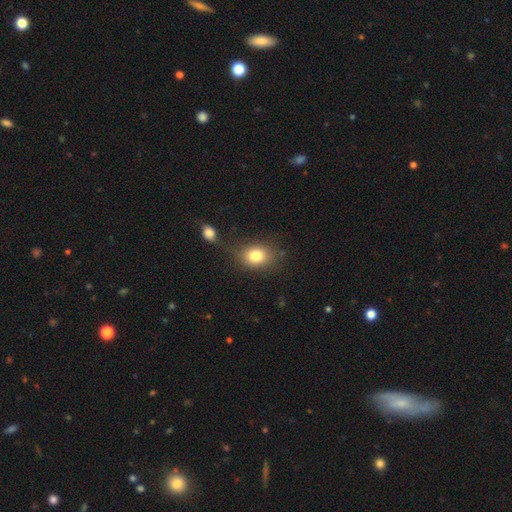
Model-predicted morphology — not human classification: The model was most divided on "how rounded": in between: 54%, round: 45%, cigar-shaped: 1%. More confident: smooth or featured — smooth (80%); merging — none (66%).